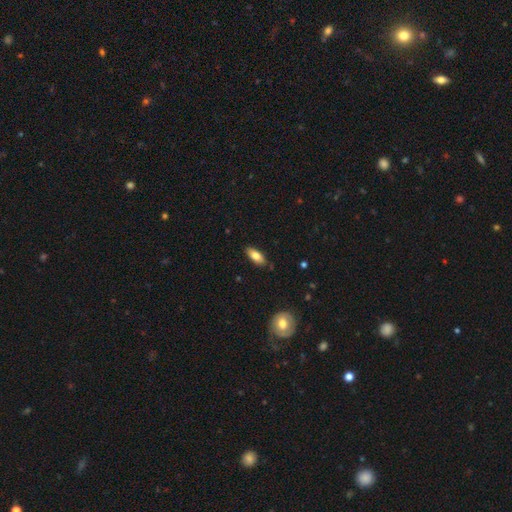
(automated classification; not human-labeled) Morphology: type=smooth (78%); roundness=in between (82%); merging=none (85%).